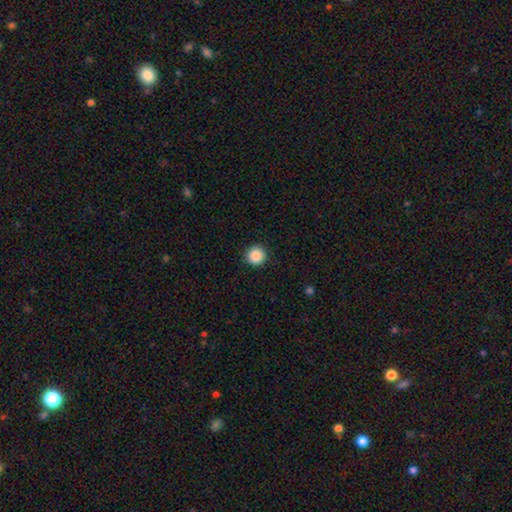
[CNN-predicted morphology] smooth 87%, star or artifact 9%, featured or disk 4%. Down the decision tree: how rounded — round (95%); merging — none (92%).